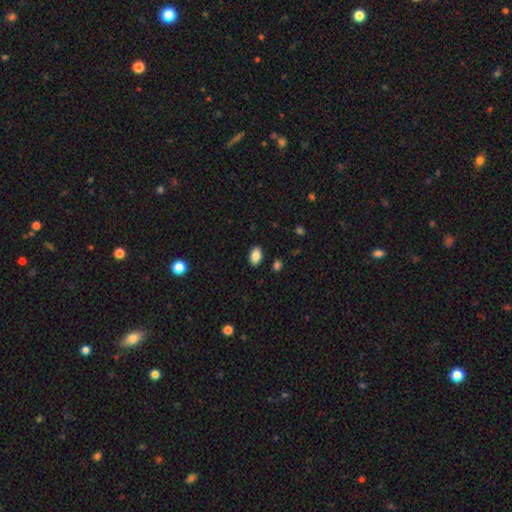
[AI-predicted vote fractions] Smooth or featured: smooth — 86% (star or artifact — 8%)
How rounded: in between — 88% (round — 10%)
Merging: none — 87% (minor disturbance — 9%)